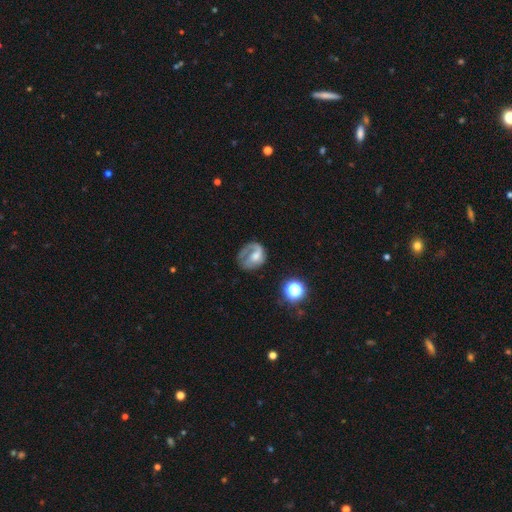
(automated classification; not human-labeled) featured or disk 66%, smooth 25%, star or artifact 9%. Down the decision tree: edge-on disk — no (97%); bar — no (50%); spiral arms — yes (83%); spiral arm count — 1 (61%); spiral winding — medium (39%); bulge size — moderate (42%); merging — none (47%).